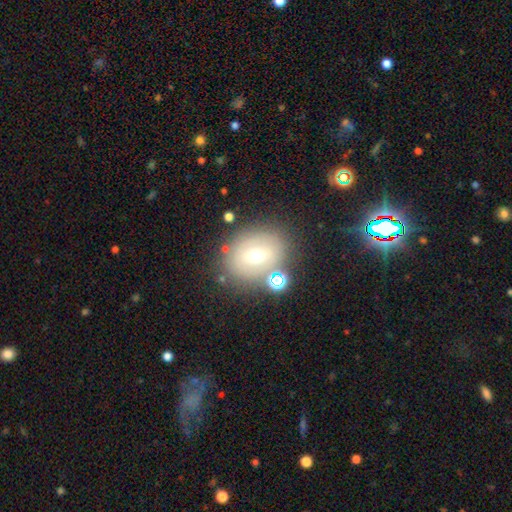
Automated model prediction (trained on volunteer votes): smooth-or-featured: smooth: 51% | featured or disk: 36% | star or artifact: 13%
  how-rounded: round: 54% | in between: 45% | cigar-shaped: 1%
  merging: none: 73% | minor disturbance: 14% | merger: 7% | major disturbance: 6%